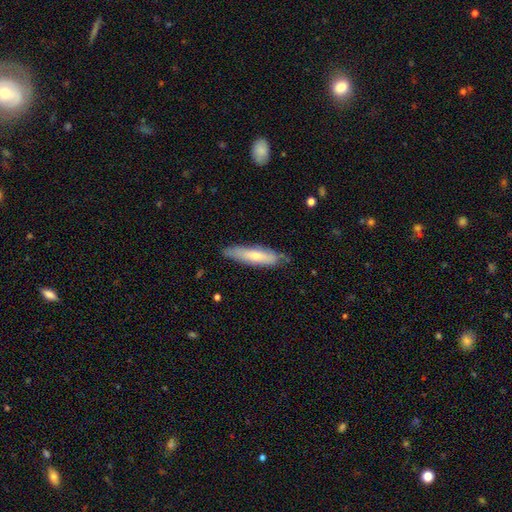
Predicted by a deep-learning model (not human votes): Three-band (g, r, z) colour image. It shows a smooth galaxy with no disk features (64%) that is cigar-shaped (72%). Merging: none (73%).